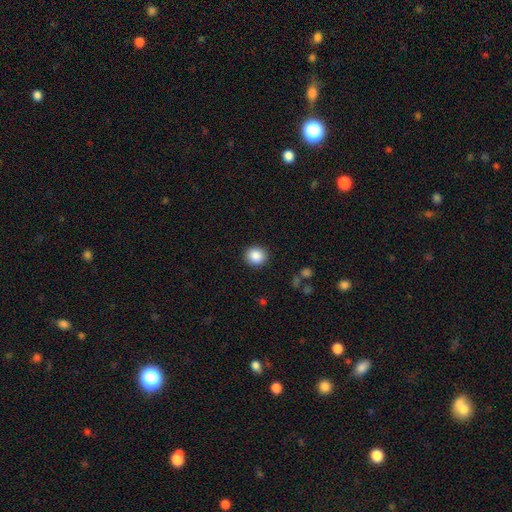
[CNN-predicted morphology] Q: Smooth or featured?
A: smooth (88%); runner-up: star or artifact (9%)
Q: How rounded?
A: round (86%); runner-up: in between (13%)
Q: Merging?
A: none (91%); runner-up: minor disturbance (6%)